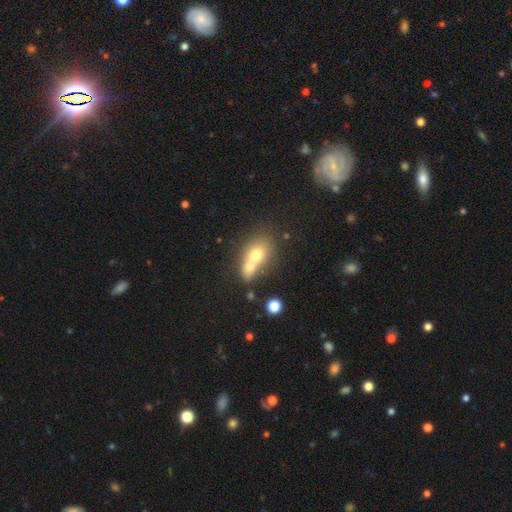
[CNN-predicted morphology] A smooth galaxy with no disk features (67%) that is in between round and cigar-shaped (64%).

Vote fractions:
- Smooth or featured? smooth: 67% / featured or disk: 22% / star or artifact: 11%
- How rounded? in between: 64% / round: 31% / cigar-shaped: 5%
- Merging? merger: 63% / none: 23% / minor disturbance: 8% / major disturbance: 5%